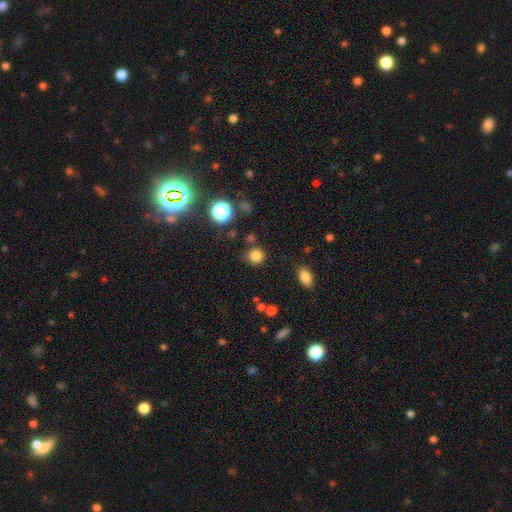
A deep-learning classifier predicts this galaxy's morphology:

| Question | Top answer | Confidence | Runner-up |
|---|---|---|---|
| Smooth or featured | smooth | 81% | star or artifact (14%) |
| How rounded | round | 89% | in between (10%) |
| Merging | none | 81% | minor disturbance (11%) |